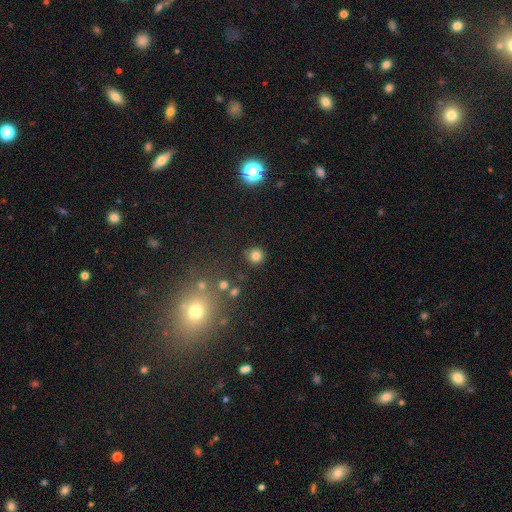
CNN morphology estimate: smooth_or_featured: smooth (p=0.80) [alt: star or artifact p=0.14]
how_rounded: round (p=0.92) [alt: in between p=0.07]
merging: none (p=0.85) [alt: minor disturbance p=0.09]